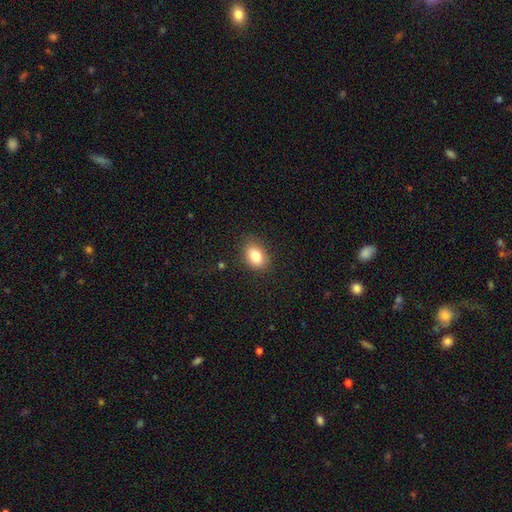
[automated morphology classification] type=smooth (82%); roundness=in between (77%); merging=none (83%).